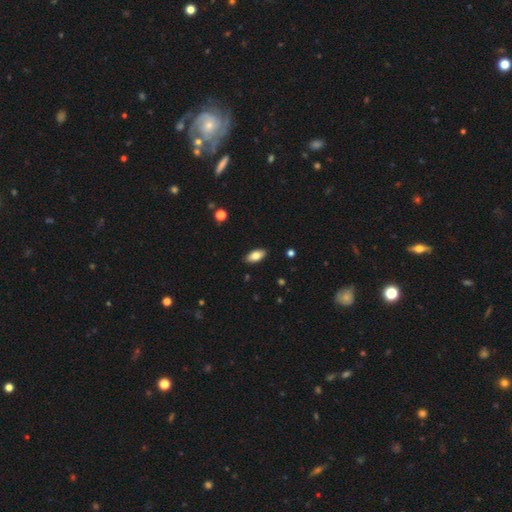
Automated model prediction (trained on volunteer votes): Smooth or featured: smooth — 79% (featured or disk — 14%)
How rounded: in between — 91% (cigar-shaped — 6%)
Merging: none — 89% (minor disturbance — 8%)